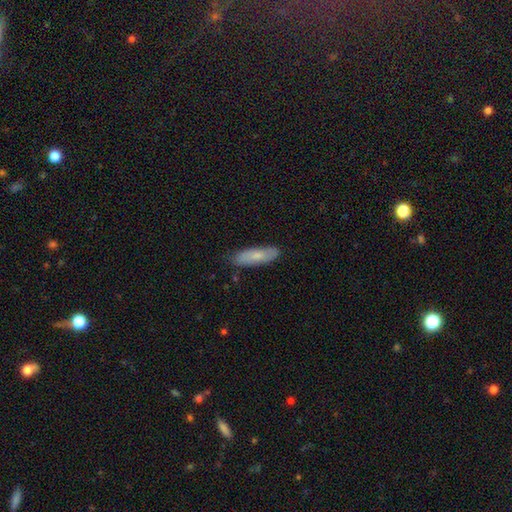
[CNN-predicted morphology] smooth 73%, featured or disk 21%, star or artifact 6%. Down the decision tree: how rounded — cigar-shaped (54%); merging — none (83%).